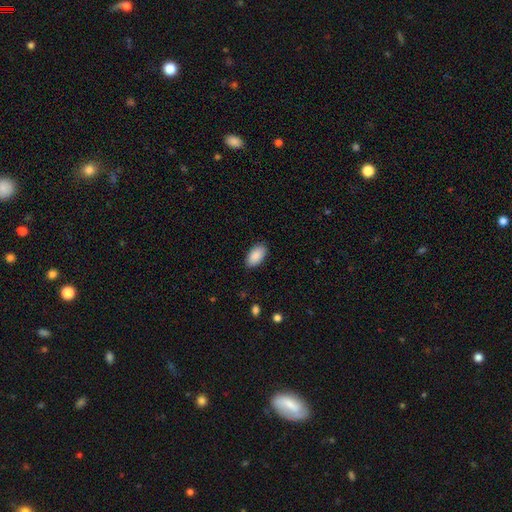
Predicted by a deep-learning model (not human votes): Smooth or featured: smooth — 90% (star or artifact — 6%)
How rounded: in between — 95% (round — 3%)
Merging: none — 87% (minor disturbance — 10%)